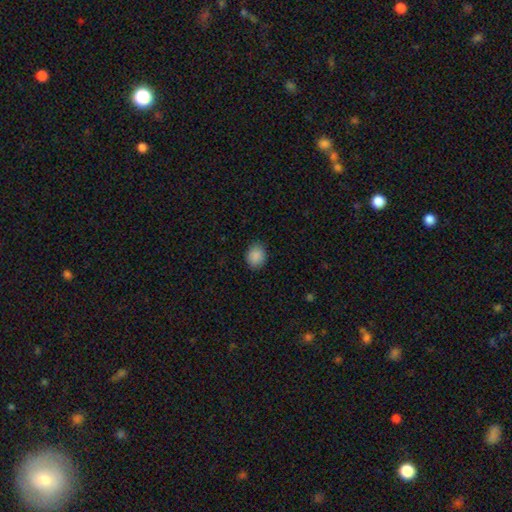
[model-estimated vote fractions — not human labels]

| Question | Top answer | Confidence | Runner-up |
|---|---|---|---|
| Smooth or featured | smooth | 89% | star or artifact (8%) |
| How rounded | round | 62% | in between (37%) |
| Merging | none | 86% | minor disturbance (10%) |